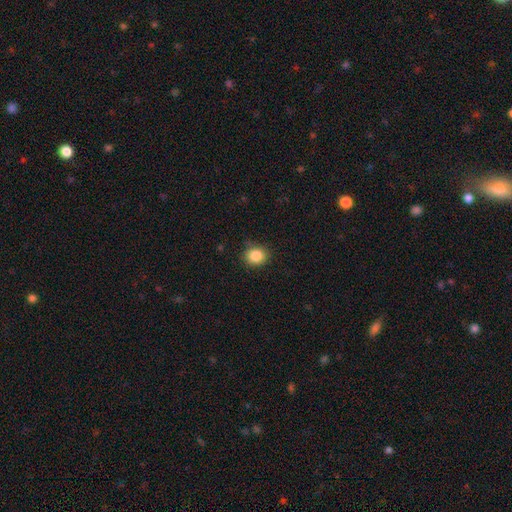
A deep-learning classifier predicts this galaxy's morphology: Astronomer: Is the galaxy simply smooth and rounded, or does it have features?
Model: smooth — 85%.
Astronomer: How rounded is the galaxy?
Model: round — 68%.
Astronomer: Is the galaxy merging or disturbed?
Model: none — 83%.